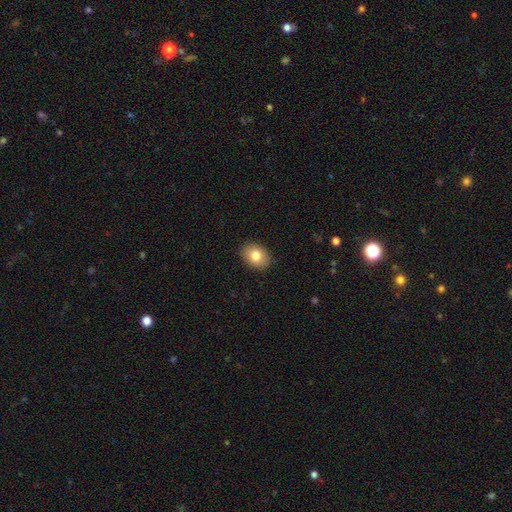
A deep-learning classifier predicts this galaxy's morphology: smooth_or_featured: smooth (p=0.80) [alt: featured or disk p=0.11]
how_rounded: in between (p=0.64) [alt: round p=0.36]
merging: none (p=0.90) [alt: minor disturbance p=0.07]